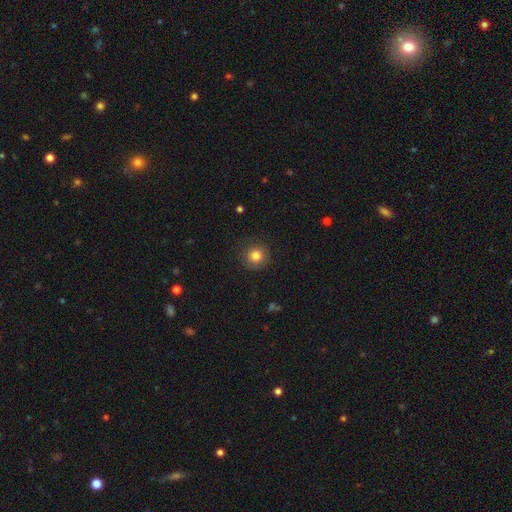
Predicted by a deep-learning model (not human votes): smooth 82%, star or artifact 11%, featured or disk 7%. Down the decision tree: how rounded — round (93%); merging — none (85%).